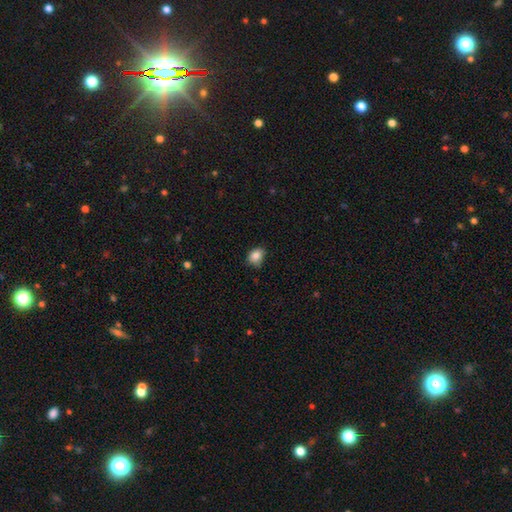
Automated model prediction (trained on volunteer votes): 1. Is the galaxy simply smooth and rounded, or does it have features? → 85% smooth, 10% star or artifact, 5% featured or disk.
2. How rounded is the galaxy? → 56% in between, 43% round, 1% cigar-shaped.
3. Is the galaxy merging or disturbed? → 70% none, 25% minor disturbance, 4% major disturbance, 2% merger.